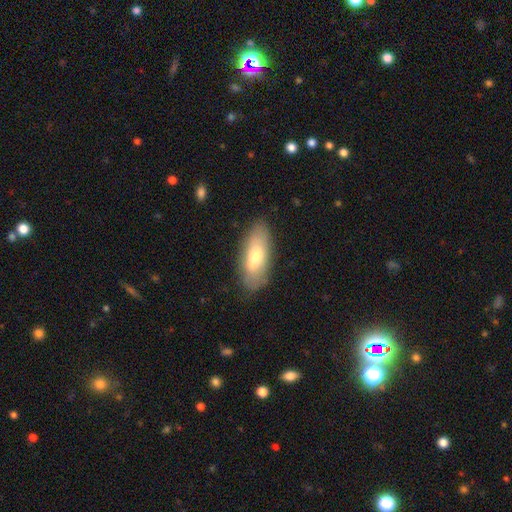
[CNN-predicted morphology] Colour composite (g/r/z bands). It shows a smooth galaxy with no disk features (62%) that is in between round and cigar-shaped (80%). Merging: none (62%).